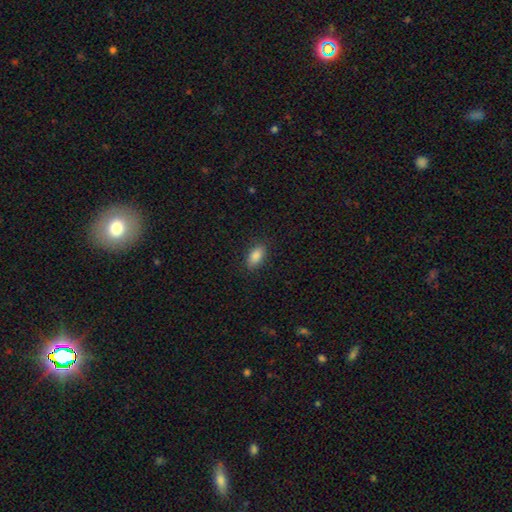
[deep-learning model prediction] Smooth or featured? smooth (87%)
How rounded? in between (91%)
Merging? none (86%)